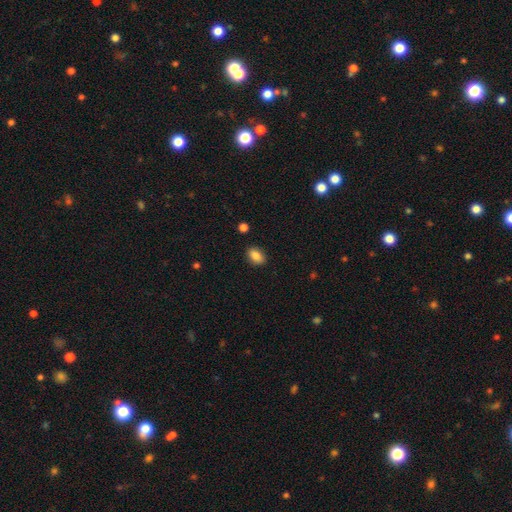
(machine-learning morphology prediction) Smooth or featured? Predicted: smooth (p=0.86). How rounded? Predicted: in between (p=0.86). Merging? Predicted: none (p=0.88).